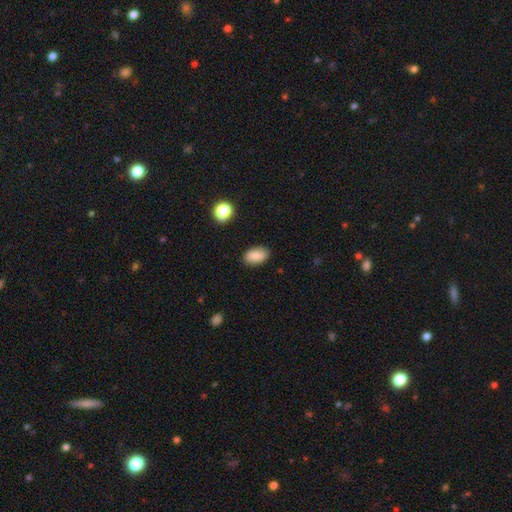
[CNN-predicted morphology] This appears to be a smooth galaxy with no disk features (82%) that is in between round and cigar-shaped (91%). Merging: none (86%).